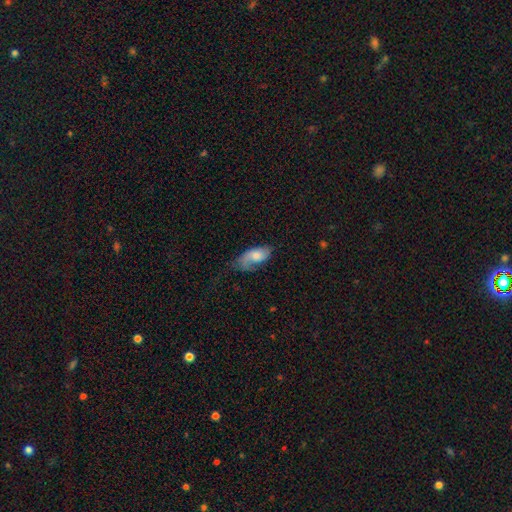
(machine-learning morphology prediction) smooth 58%, featured or disk 36%, star or artifact 7%. Down the decision tree: how rounded — in between (91%); merging — none (41%).